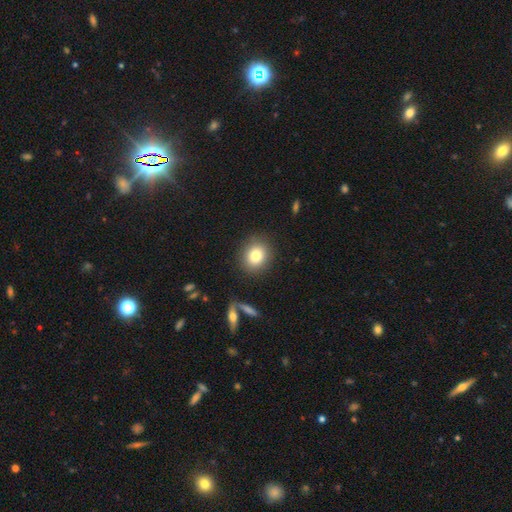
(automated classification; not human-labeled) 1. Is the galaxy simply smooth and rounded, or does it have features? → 80% smooth, 10% star or artifact, 10% featured or disk.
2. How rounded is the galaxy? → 78% round, 21% in between, 1% cigar-shaped.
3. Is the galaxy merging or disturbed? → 88% none, 7% minor disturbance, 3% major disturbance, 2% merger.